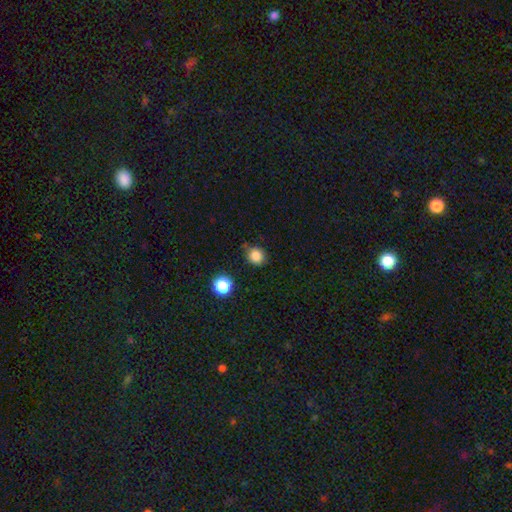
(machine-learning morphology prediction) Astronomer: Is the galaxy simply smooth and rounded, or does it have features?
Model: smooth — 84%.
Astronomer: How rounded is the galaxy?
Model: round — 84%.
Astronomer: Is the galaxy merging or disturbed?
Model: none — 78%.